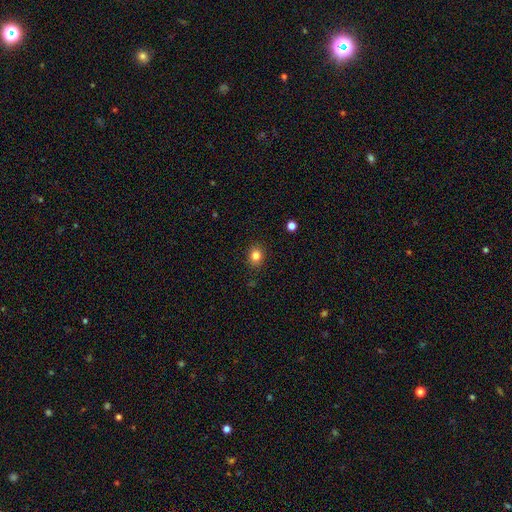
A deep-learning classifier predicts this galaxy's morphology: smooth-or-featured: smooth: 83% | star or artifact: 12% | featured or disk: 6%
  how-rounded: round: 64% | in between: 35% | cigar-shaped: 1%
  merging: none: 88% | minor disturbance: 9% | major disturbance: 2% | merger: 1%